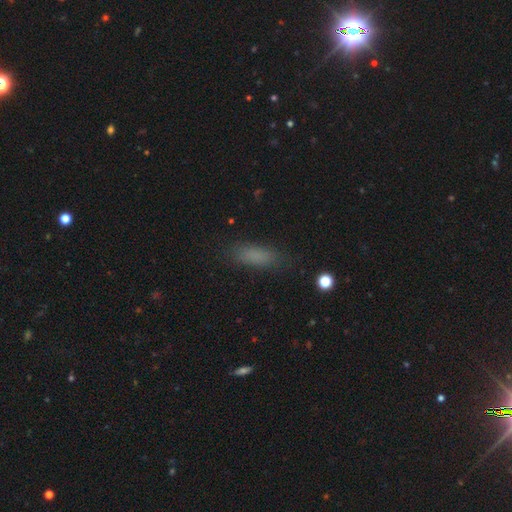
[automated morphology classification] A smooth galaxy with no disk features (80%) that is in between round and cigar-shaped (57%). Merging: none (81%).